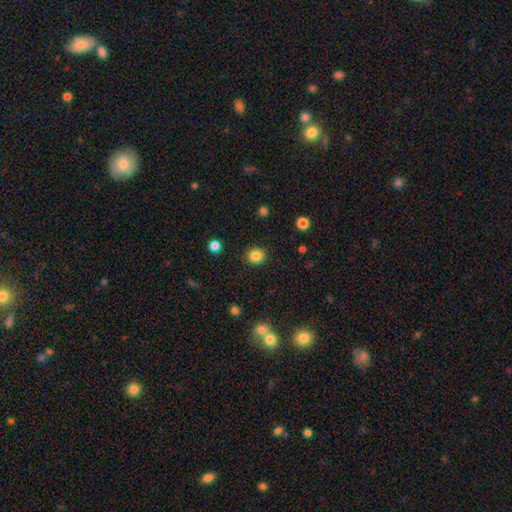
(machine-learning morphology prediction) This is clearly a smooth galaxy (84%). How rounded: clearly round (86%). Merging: clearly none (91%).